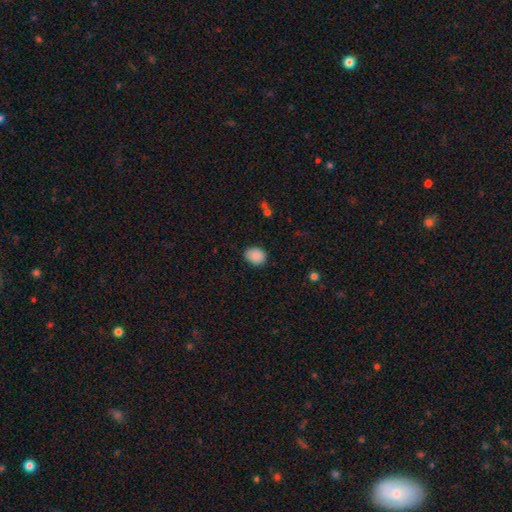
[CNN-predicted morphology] Smooth or featured?
  - smooth: 89% *
  - star or artifact: 8%
  - featured or disk: 3%
How rounded?
  - in between: 57% *
  - round: 42%
  - cigar-shaped: 1%
Merging?
  - none: 84% *
  - minor disturbance: 12%
  - major disturbance: 3%
  - merger: 1%